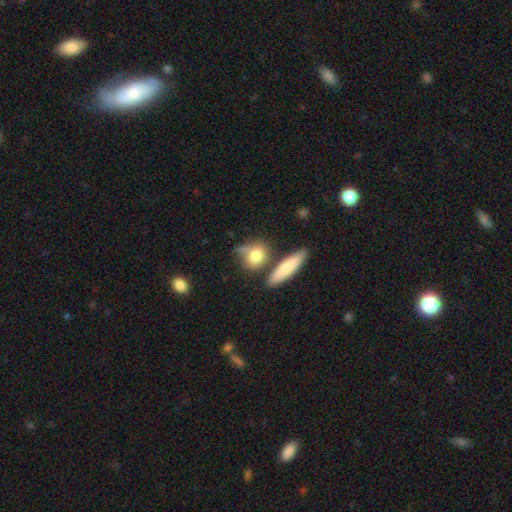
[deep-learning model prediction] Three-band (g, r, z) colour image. It shows a smooth galaxy with no disk features (77%) that is round (54%). Merging: none (57%).